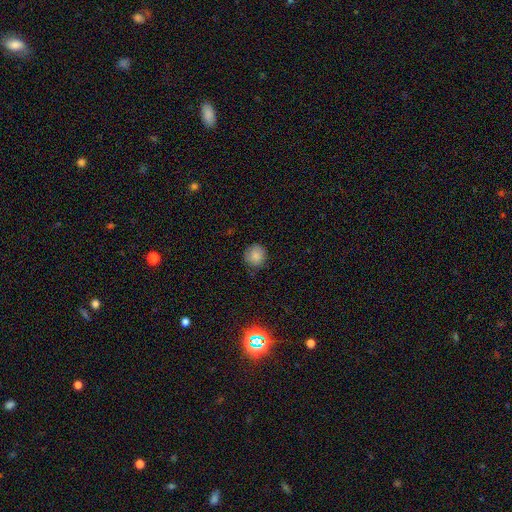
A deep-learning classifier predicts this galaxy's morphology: smooth_or_featured: smooth (p=0.83) [alt: star or artifact p=0.10]
how_rounded: round (p=0.89) [alt: in between p=0.10]
merging: none (p=0.79) [alt: minor disturbance p=0.16]